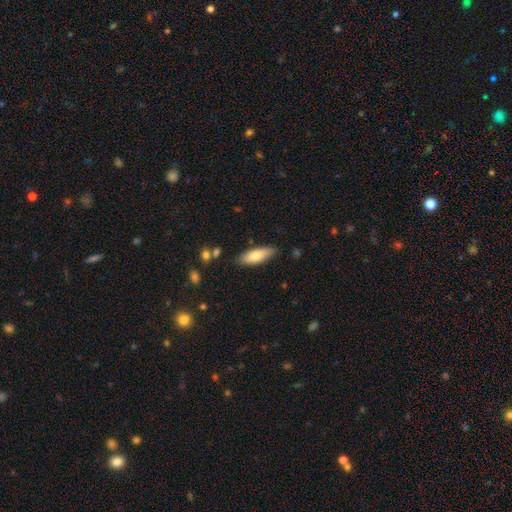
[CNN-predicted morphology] Smooth or featured? smooth (75%)
How rounded? in between (60%)
Merging? none (82%)